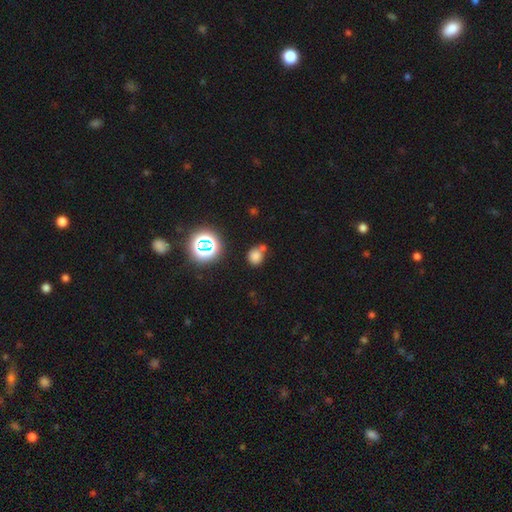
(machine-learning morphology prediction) smooth_or_featured: smooth (p=0.73) [alt: star or artifact p=0.20]
how_rounded: round (p=0.71) [alt: in between p=0.28]
merging: none (p=0.58) [alt: merger p=0.22]